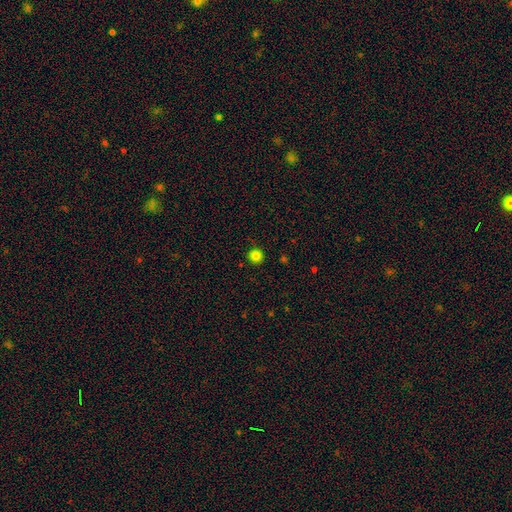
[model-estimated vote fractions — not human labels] A smooth galaxy with no disk features (84%) that is round (94%).

Vote fractions:
- Smooth or featured? smooth: 84% / star or artifact: 13% / featured or disk: 4%
- How rounded? round: 94% / in between: 5% / cigar-shaped: 1%
- Merging? none: 89% / minor disturbance: 8% / major disturbance: 2% / merger: 1%